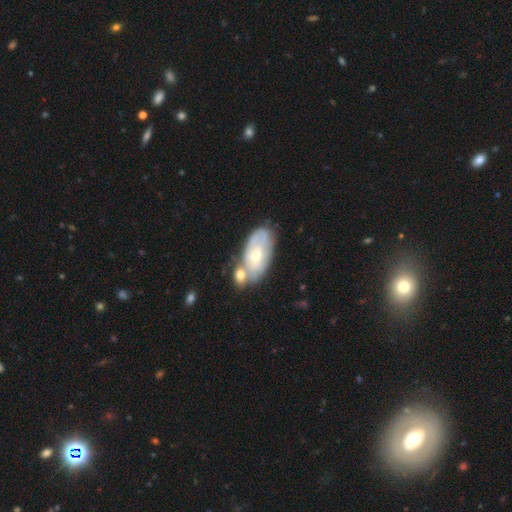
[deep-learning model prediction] Smooth or featured: featured or disk — 51% (smooth — 42%)
Edge-on disk: no — 90% (yes — 10%)
Merging: none — 38% (tied with merger — 38%)